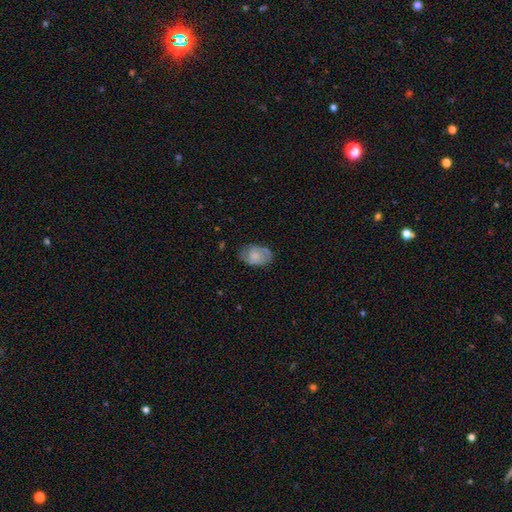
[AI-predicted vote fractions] Morphology: type=smooth (58%); roundness=in between (88%); merging=none (66%).